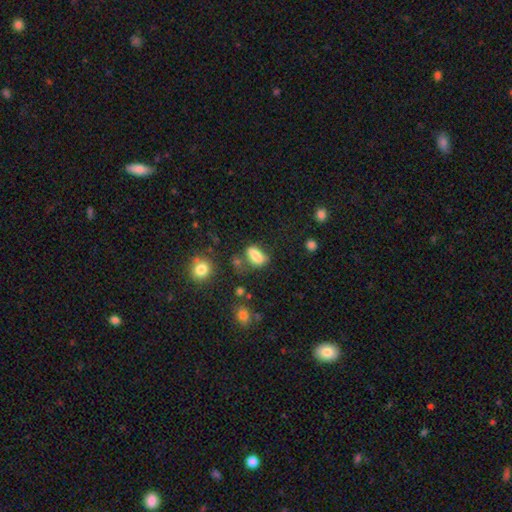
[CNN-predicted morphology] The model was most divided on "merging": none: 52%, minor disturbance: 26%, major disturbance: 12%, merger: 11%. More confident: how rounded — in between (83%); smooth or featured — smooth (81%).